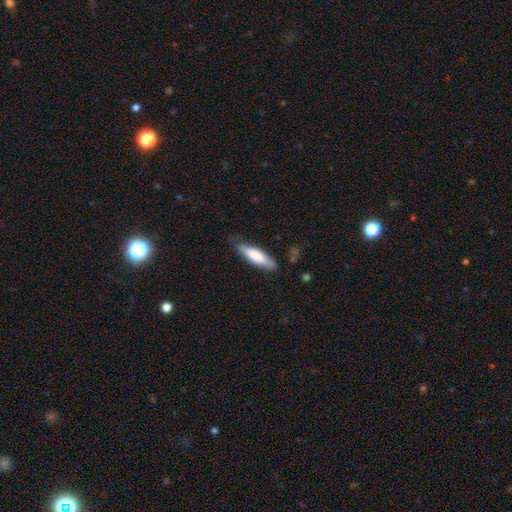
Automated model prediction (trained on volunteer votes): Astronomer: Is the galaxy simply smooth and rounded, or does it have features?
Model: smooth — 78%.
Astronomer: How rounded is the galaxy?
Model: cigar-shaped — 67%.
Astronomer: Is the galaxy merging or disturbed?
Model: none — 77%.